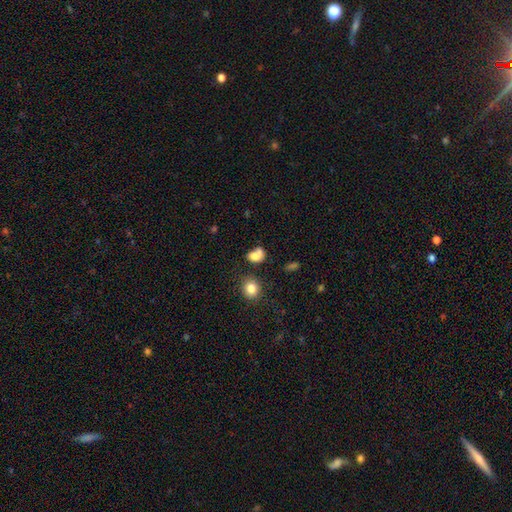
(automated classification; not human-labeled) A smooth galaxy with no disk features (78%) that is in between round and cigar-shaped (52%). Merging: none (40%).